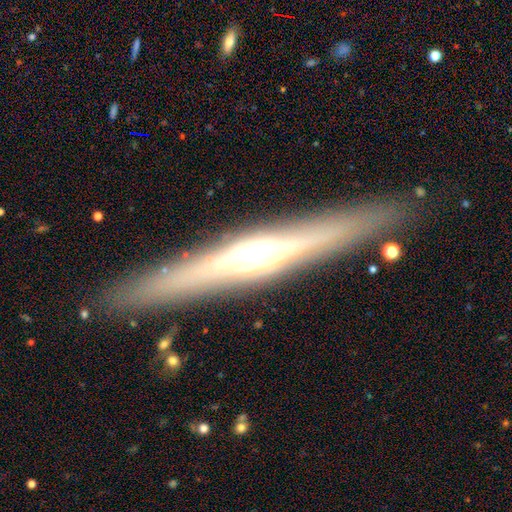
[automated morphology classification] A featured or disk galaxy (75%) viewed edge-on (95%) with a rounded central bulge (81%). Merging: none (89%).